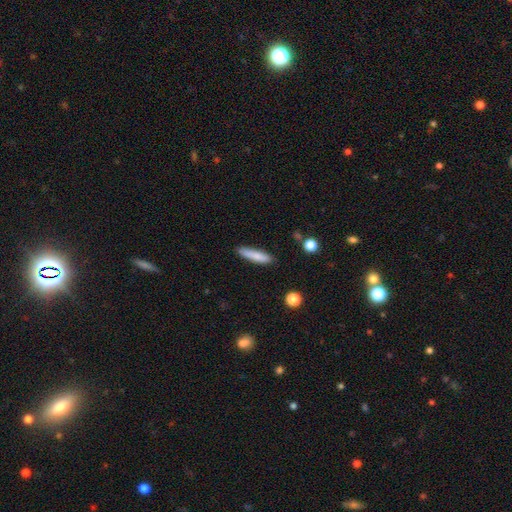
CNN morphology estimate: Smooth or featured?
  - smooth: 82% *
  - featured or disk: 12%
  - star or artifact: 6%
How rounded?
  - cigar-shaped: 81% *
  - in between: 18%
  - round: 2%
Merging?
  - none: 83% *
  - minor disturbance: 12%
  - major disturbance: 2%
  - merger: 2%